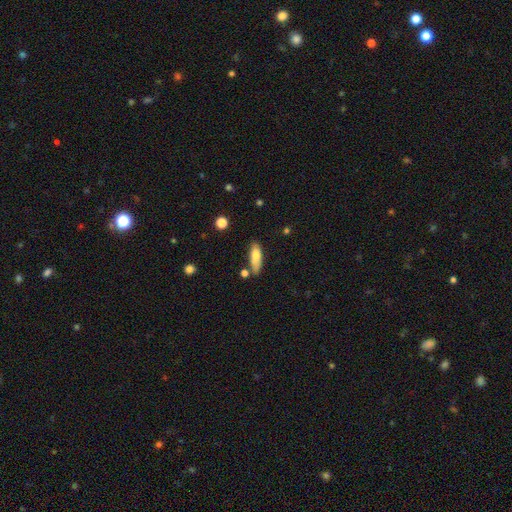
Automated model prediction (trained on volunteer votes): The model was most divided on "how rounded": in between: 56%, cigar-shaped: 41%, round: 3%. More confident: smooth or featured — smooth (73%); merging — none (67%).